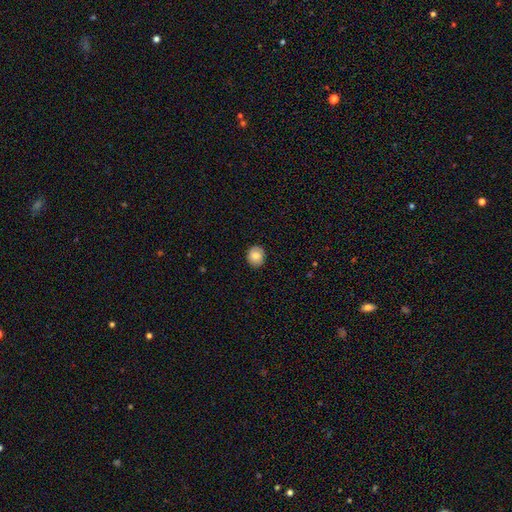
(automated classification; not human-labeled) smooth-or-featured: smooth: 83% | featured or disk: 9% | star or artifact: 8%
  how-rounded: round: 77% | in between: 22% | cigar-shaped: 1%
  merging: none: 89% | minor disturbance: 8% | major disturbance: 2% | merger: 1%